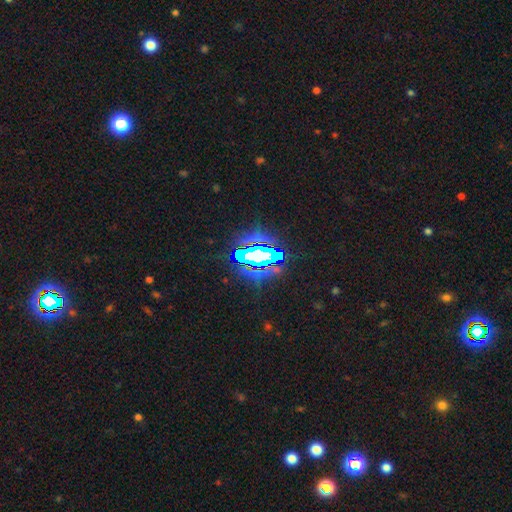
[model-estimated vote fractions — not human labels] This appears to be a star or artifact, not a galaxy (65%).